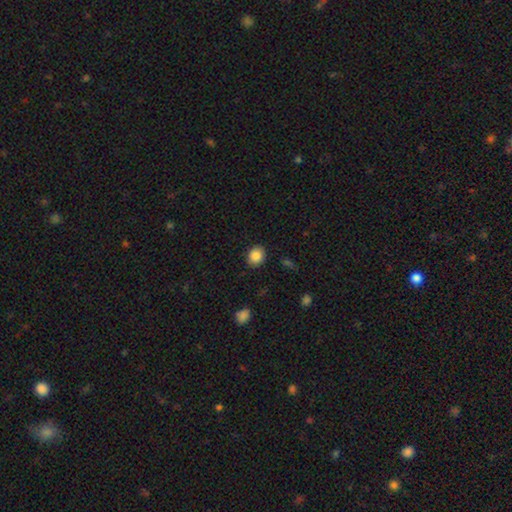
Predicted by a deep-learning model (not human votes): The model was most divided on "how rounded": round: 59%, in between: 40%, cigar-shaped: 1%. More confident: merging — none (88%); smooth or featured — smooth (86%).